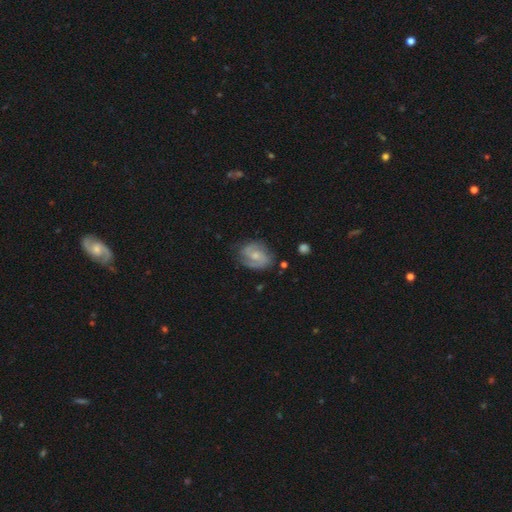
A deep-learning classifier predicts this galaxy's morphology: smooth-or-featured: featured or disk: 75% | smooth: 19% | star or artifact: 6%
  disk-edge-on: no: 97% | yes: 3%
    bar: no: 52% | weak: 41% | strong: 7%
    has-spiral-arms: yes: 93% | no: 7%
      spiral-winding: medium: 47% | tight: 35% | loose: 17%
      spiral-arm-count: 2: 80% | can't tell: 10% | 3: 4% | 1: 3% | 4: 1% | more than 4: 1%
    bulge-size: moderate: 46% (tied) | small: 46% (tied) | none: 5% | large: 3% | dominant: 1%
  merging: none: 72% | minor disturbance: 20% | major disturbance: 6% | merger: 2%